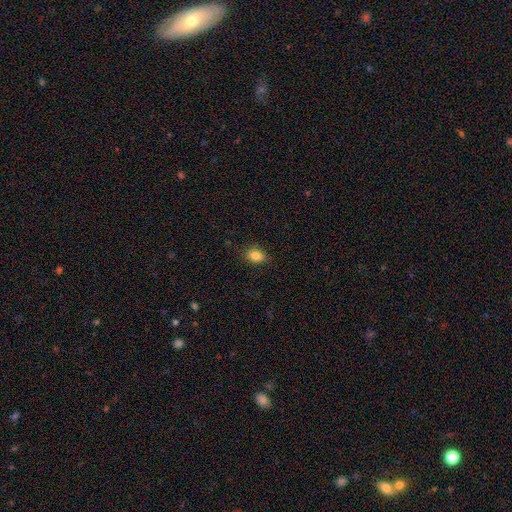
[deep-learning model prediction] The model was most divided on "how rounded": in between: 72%, round: 27%, cigar-shaped: 1%. More confident: merging — none (84%); smooth or featured — smooth (83%).